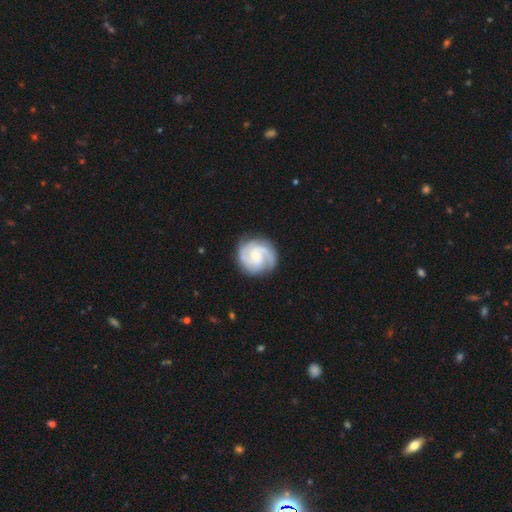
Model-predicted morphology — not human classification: Overall: featured or disk (85%). Edge-on disk: no (98%). Bar: no (62%; weak 33%). Spiral arms: yes (97%). Spiral arm count: 2 (49%; 3 30%). Spiral winding: tight (54%; medium 38%). Bulge size: small (62%; moderate 28%). Merging: none (81%).